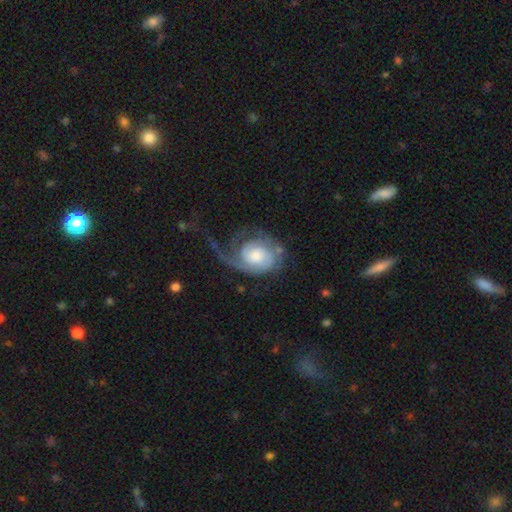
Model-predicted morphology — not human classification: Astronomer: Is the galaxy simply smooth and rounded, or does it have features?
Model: featured or disk — 80%.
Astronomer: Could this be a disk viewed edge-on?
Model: no — 98%.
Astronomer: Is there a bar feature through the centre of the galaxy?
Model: no — 71%.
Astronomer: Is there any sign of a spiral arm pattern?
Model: yes — 93%.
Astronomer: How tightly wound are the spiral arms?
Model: tight — 39% (runner-up: medium, 34%).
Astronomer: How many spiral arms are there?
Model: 1 — 49% (runner-up: 2, 32%).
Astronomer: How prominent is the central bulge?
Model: moderate — 47% (runner-up: large, 24%).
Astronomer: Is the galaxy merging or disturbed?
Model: major disturbance — 41% (runner-up: none, 38%).